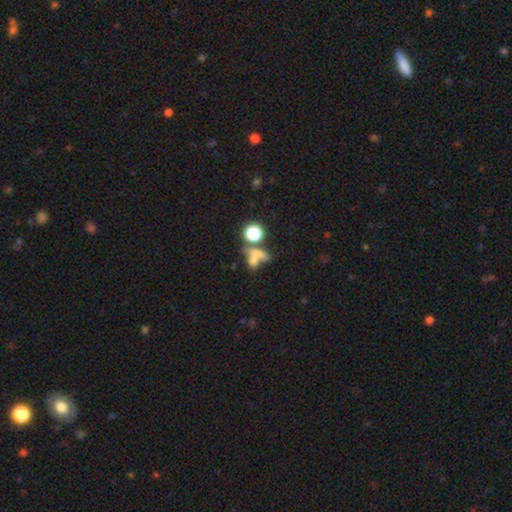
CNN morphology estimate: Smooth or featured: smooth — 61% (star or artifact — 21%)
How rounded: in between — 49% (round — 41%)
Merging: merger — 49% (none — 29%)